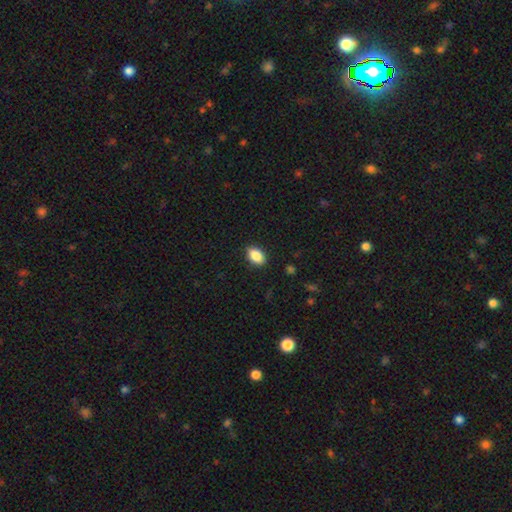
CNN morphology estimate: smooth_or_featured: smooth (p=0.88) [alt: star or artifact p=0.08]
how_rounded: in between (p=0.88) [alt: round p=0.11]
merging: none (p=0.88) [alt: minor disturbance p=0.09]